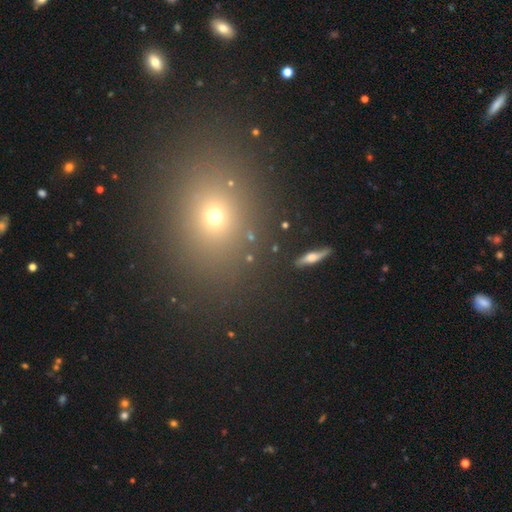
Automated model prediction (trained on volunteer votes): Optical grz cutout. It shows a smooth galaxy with no disk features (58%) that is in between round and cigar-shaped (50%). Merging: none (88%).